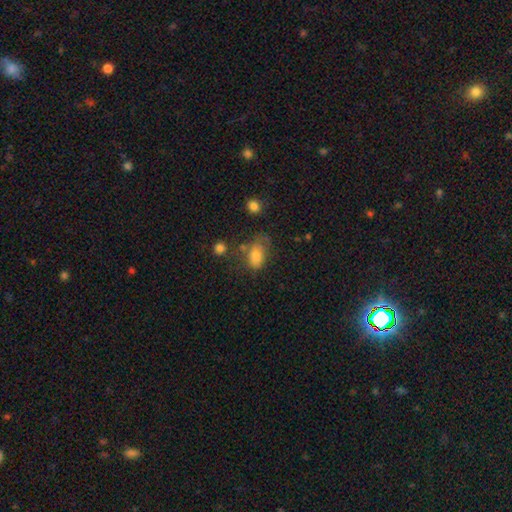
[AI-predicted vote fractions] Smooth or featured? smooth (78%)
How rounded? in between (86%)
Merging? none (43%)